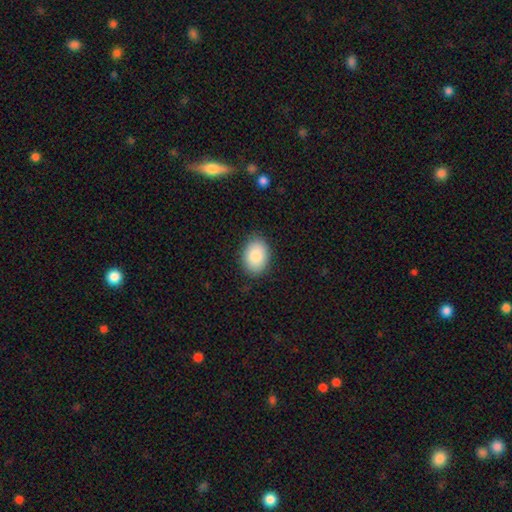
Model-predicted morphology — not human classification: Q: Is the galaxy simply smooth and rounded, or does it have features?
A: smooth — 87%.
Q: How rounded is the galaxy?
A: in between — 77%.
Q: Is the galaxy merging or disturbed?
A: none — 86%.